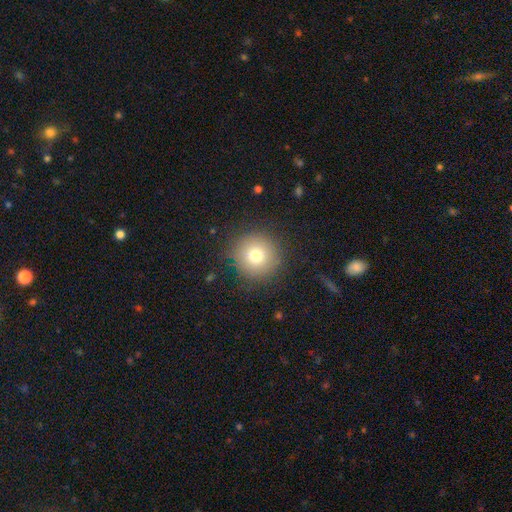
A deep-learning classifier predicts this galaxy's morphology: The model was most divided on "smooth or featured": smooth: 75%, star or artifact: 13%, featured or disk: 12%. More confident: how rounded — round (95%); merging — none (88%).